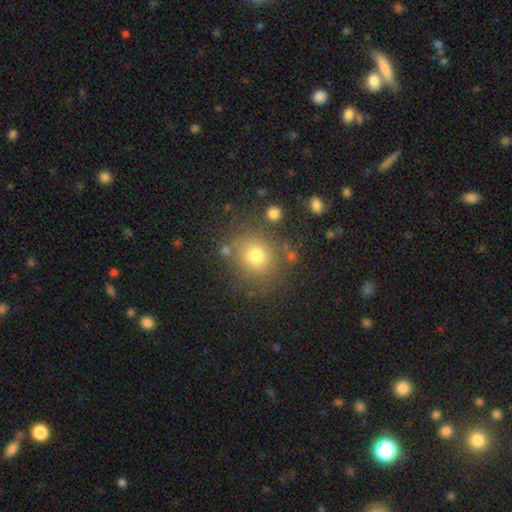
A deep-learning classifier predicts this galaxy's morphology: Q: Smooth or featured?
A: smooth (74%); runner-up: star or artifact (15%)
Q: How rounded?
A: round (83%); runner-up: in between (16%)
Q: Merging?
A: none (79%); runner-up: minor disturbance (11%)